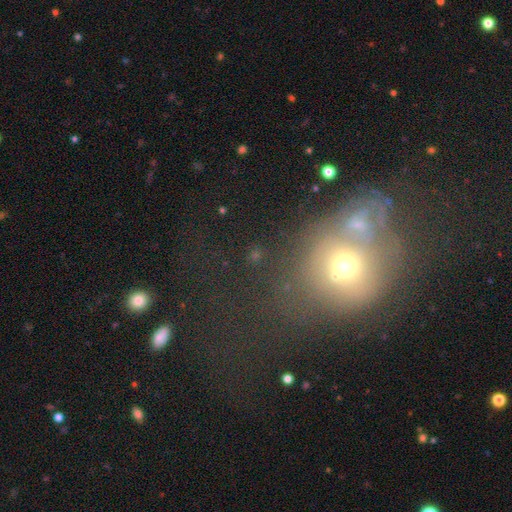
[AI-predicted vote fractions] smooth_or_featured: smooth (p=0.49) [alt: star or artifact p=0.36]
merging: none (p=0.69) [alt: merger p=0.13]